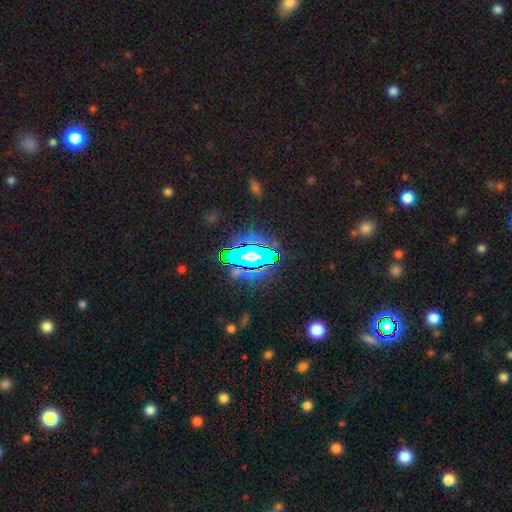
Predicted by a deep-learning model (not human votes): Smooth or featured? Predicted: star or artifact (p=0.80).